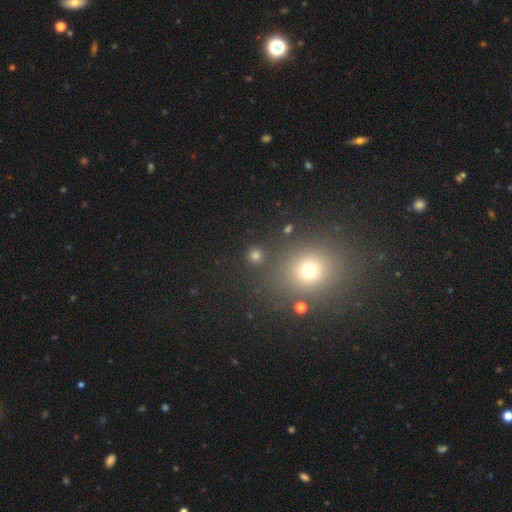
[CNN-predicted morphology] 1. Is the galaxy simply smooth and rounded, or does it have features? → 68% smooth, 26% star or artifact, 6% featured or disk.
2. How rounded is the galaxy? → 90% round, 9% in between, 1% cigar-shaped.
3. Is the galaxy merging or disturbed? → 84% none, 6% minor disturbance, 6% merger, 3% major disturbance.